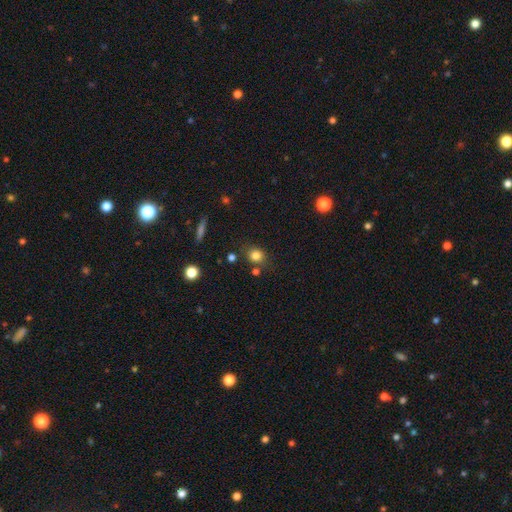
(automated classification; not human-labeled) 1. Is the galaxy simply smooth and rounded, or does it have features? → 81% smooth, 13% star or artifact, 7% featured or disk.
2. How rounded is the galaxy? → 75% round, 24% in between, 1% cigar-shaped.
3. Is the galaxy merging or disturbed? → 75% none, 13% minor disturbance, 8% merger, 4% major disturbance.